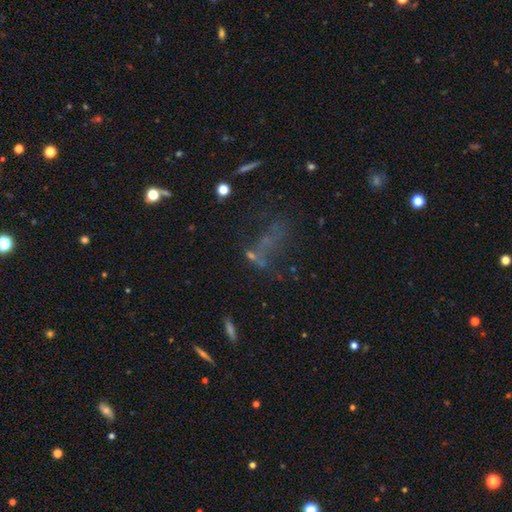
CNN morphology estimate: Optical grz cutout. It shows a smooth galaxy with no disk features (34%, tied with featured or disk). Merging: none (38%).